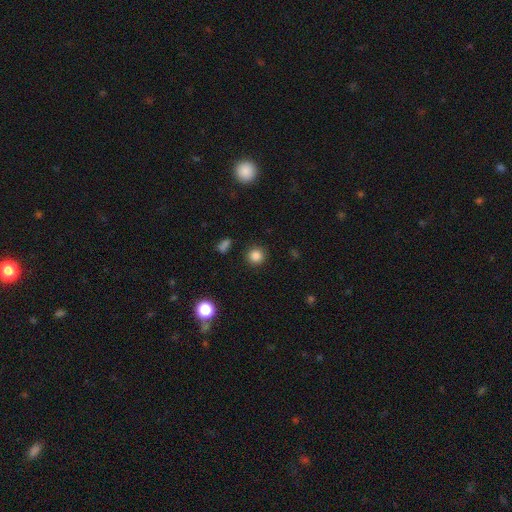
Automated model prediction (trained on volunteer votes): This appears to be a smooth galaxy with no disk features (83%) that is round (93%). Merging: none (90%).